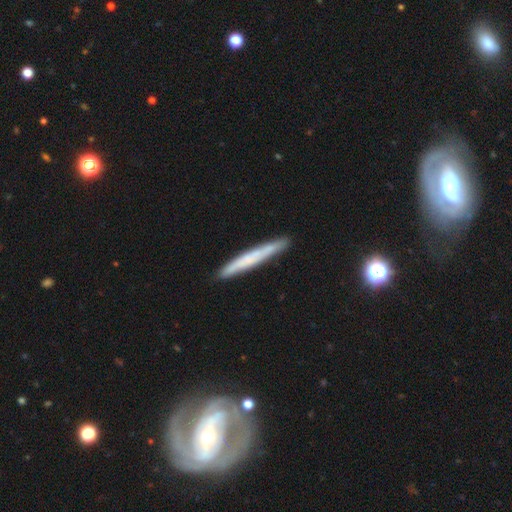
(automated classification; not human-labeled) Q: Smooth or featured?
A: smooth (49%); runner-up: featured or disk (43%)
Q: Merging?
A: none (88%); runner-up: minor disturbance (9%)